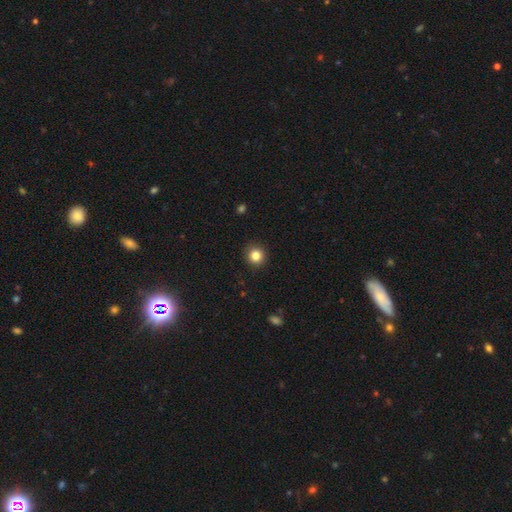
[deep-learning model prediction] This is clearly a smooth galaxy (84%). How rounded: clearly round (94%). Merging: clearly none (91%).